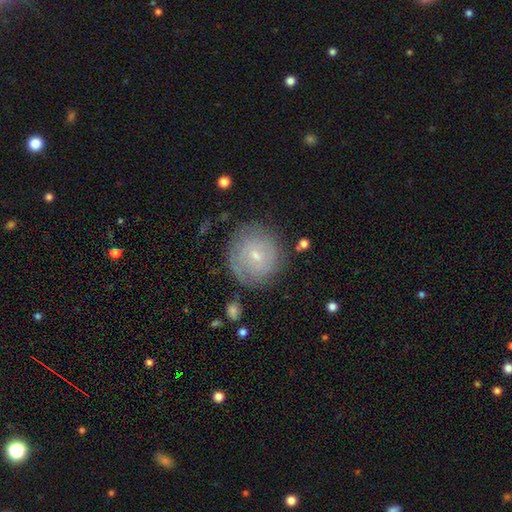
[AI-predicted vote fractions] Q: Smooth or featured?
A: featured or disk (59%); runner-up: smooth (33%)
Q: Edge-on disk?
A: no (97%); runner-up: yes (3%)
Q: Bar?
A: weak (47%); runner-up: no (46%)
Q: Spiral arms?
A: yes (79%); runner-up: no (21%)
Q: Bulge size?
A: small (65%); runner-up: moderate (31%)
Q: Merging?
A: none (75%); runner-up: minor disturbance (16%)